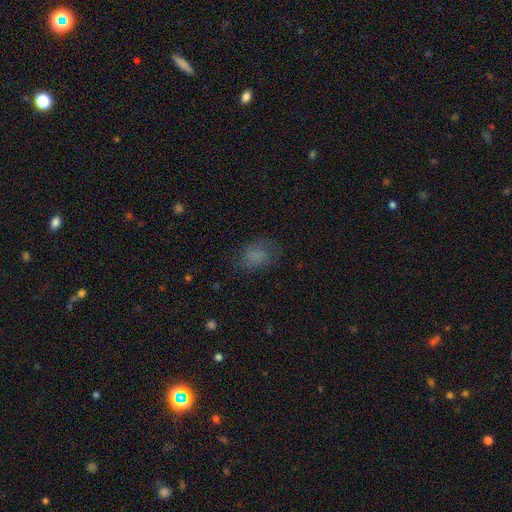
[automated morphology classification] Q: Smooth or featured?
A: smooth (73%); runner-up: star or artifact (14%)
Q: How rounded?
A: in between (77%); runner-up: round (21%)
Q: Merging?
A: none (67%); runner-up: minor disturbance (21%)